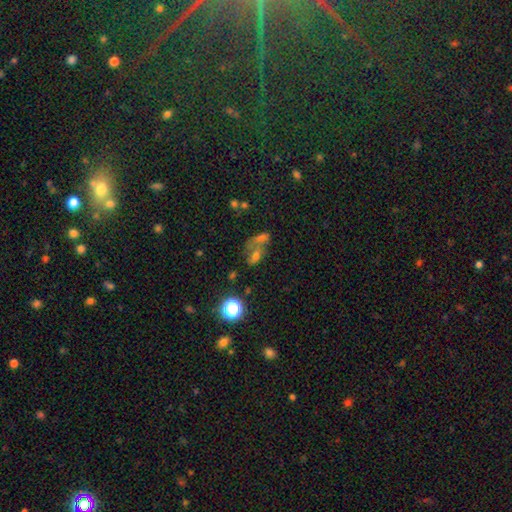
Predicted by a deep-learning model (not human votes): Smooth or featured? smooth (53%)
How rounded? in between (67%)
Merging? merger (53%)